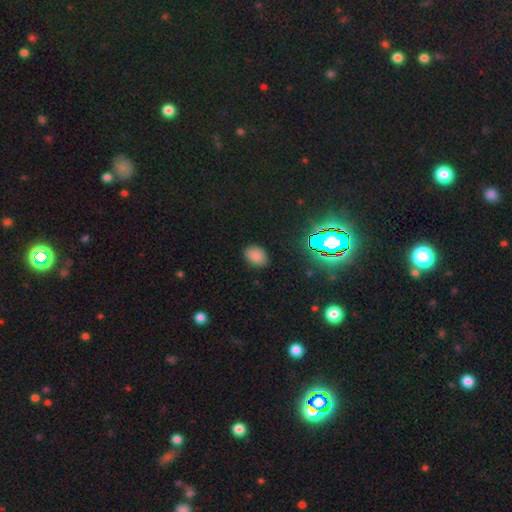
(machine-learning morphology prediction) Smooth or featured?
  - smooth: 77% *
  - star or artifact: 17%
  - featured or disk: 6%
How rounded?
  - in between: 69% *
  - round: 30%
  - cigar-shaped: 1%
Merging?
  - none: 83% *
  - minor disturbance: 12%
  - major disturbance: 3%
  - merger: 1%